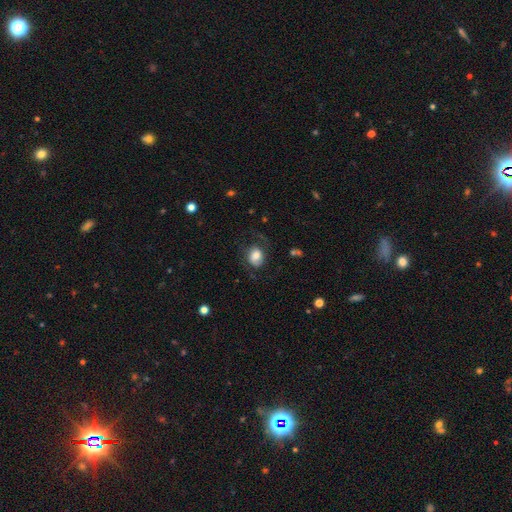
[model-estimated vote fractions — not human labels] Q: Smooth or featured?
A: smooth (65%); runner-up: featured or disk (26%)
Q: How rounded?
A: in between (53%); runner-up: round (46%)
Q: Merging?
A: none (54%); runner-up: minor disturbance (23%)